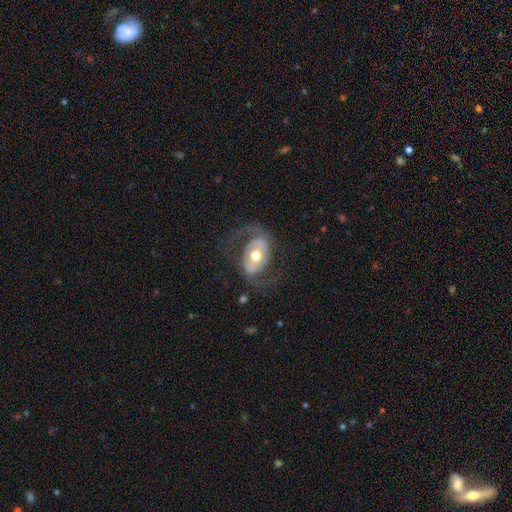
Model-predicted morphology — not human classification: Smooth or featured? Predicted: featured or disk (p=0.81). Edge-on disk? Predicted: no (p=0.96). Bar? Predicted: no (p=0.46). Spiral arms? Predicted: yes (p=0.86). Spiral winding? Predicted: medium (p=0.45). Spiral arm count? Predicted: 2 (p=0.89). Bulge size? Predicted: moderate (p=0.73). Merging? Predicted: none (p=0.63).